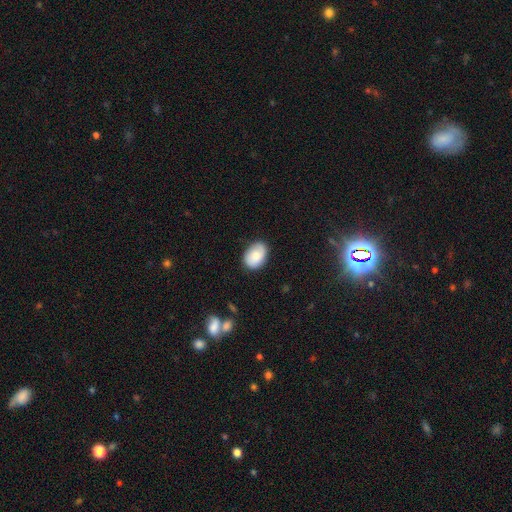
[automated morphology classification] A smooth galaxy with no disk features (80%) that is in between round and cigar-shaped (81%). Merging: none (79%).